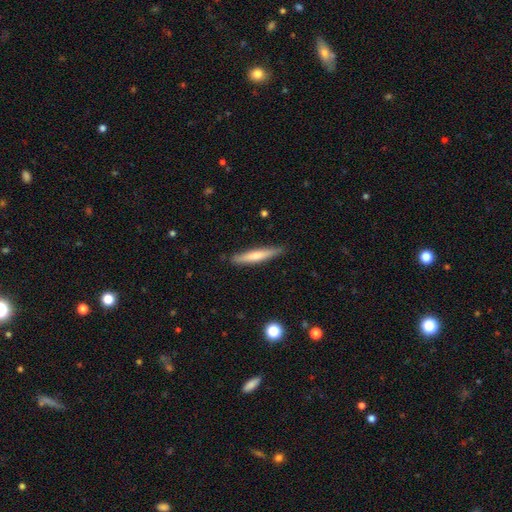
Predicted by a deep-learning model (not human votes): Q: Smooth or featured?
A: smooth (64%); runner-up: featured or disk (31%)
Q: How rounded?
A: cigar-shaped (93%); runner-up: in between (6%)
Q: Merging?
A: none (88%); runner-up: minor disturbance (9%)